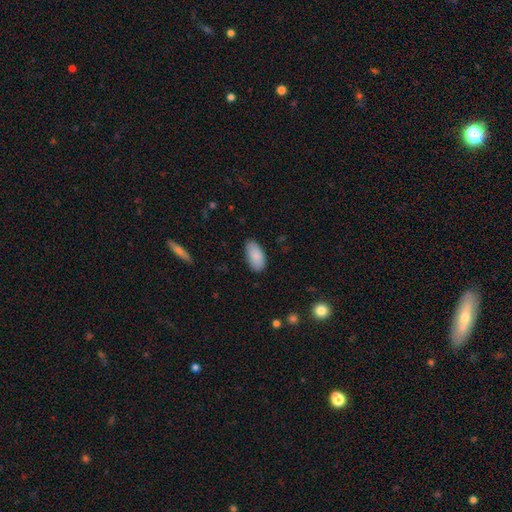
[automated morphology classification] Overall: smooth (88%). How rounded: in between (94%). Merging: none (80%).